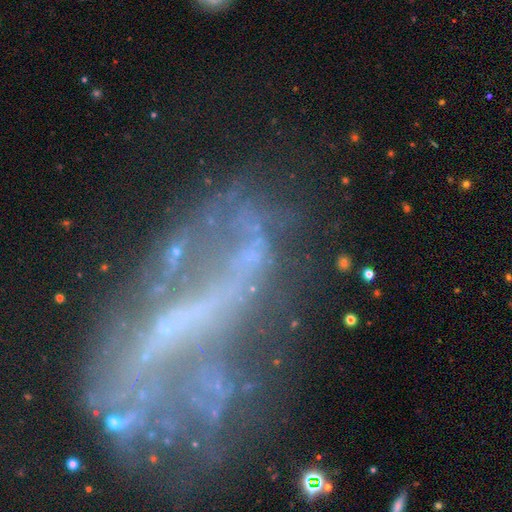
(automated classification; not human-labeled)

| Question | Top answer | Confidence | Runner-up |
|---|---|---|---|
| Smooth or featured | featured or disk | 65% | star or artifact (21%) |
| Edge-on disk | no | 88% | yes (12%) |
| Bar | no | 49% | strong (27%) |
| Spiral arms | no | 54% | yes (46%) |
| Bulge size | none | 64% | small (24%) |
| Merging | none | 44% | major disturbance (32%) |